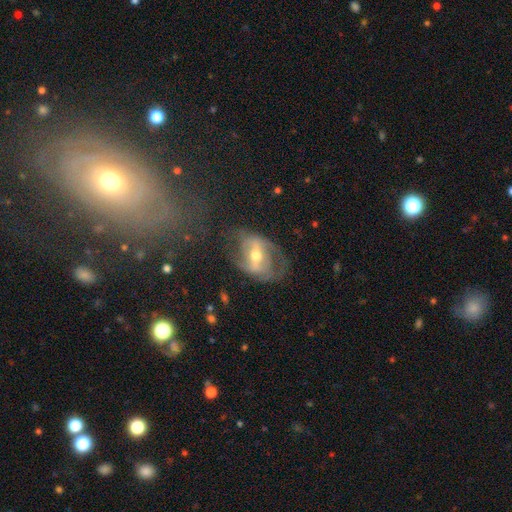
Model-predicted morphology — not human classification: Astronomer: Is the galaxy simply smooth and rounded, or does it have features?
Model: featured or disk — 75%.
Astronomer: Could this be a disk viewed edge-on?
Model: no — 92%.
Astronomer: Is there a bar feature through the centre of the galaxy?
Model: strong — 52% (runner-up: weak, 32%).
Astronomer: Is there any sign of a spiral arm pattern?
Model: yes — 67%.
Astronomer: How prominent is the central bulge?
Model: moderate — 66%.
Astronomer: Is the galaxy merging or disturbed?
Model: none — 54%.